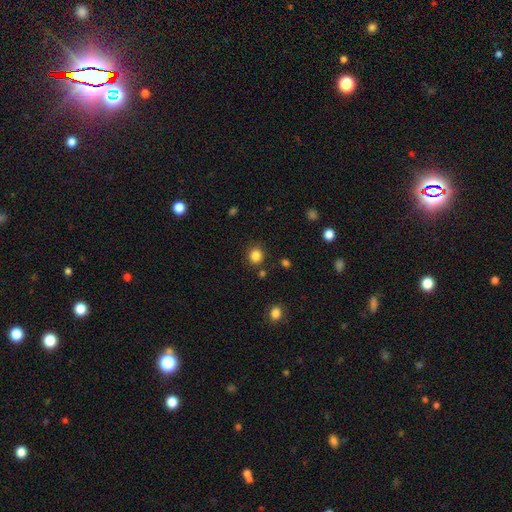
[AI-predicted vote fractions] A smooth galaxy with no disk features (85%) that is round (87%). Merging: none (86%).